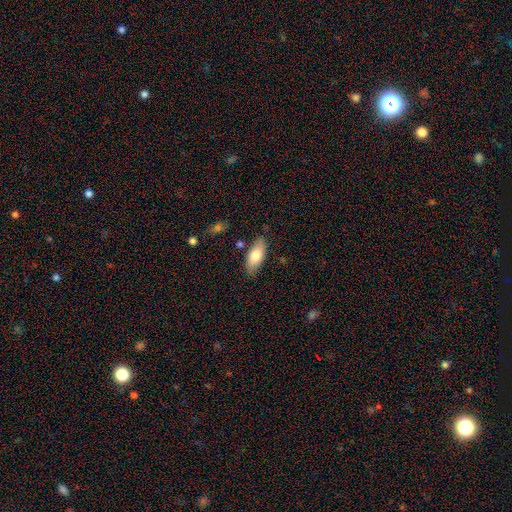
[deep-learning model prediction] Smooth or featured: smooth — 75% (featured or disk — 19%)
How rounded: in between — 84% (cigar-shaped — 14%)
Merging: none — 82% (minor disturbance — 13%)